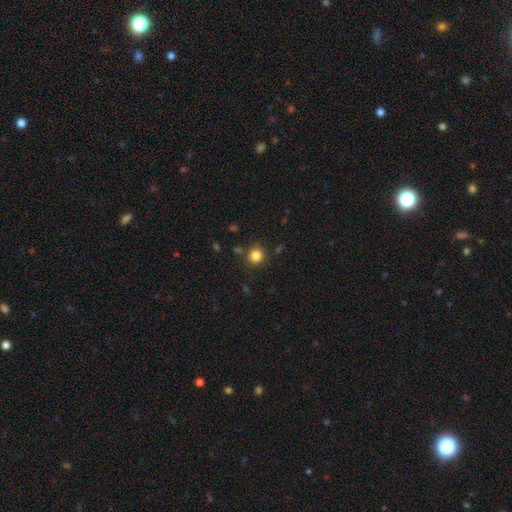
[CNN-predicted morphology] type=smooth (83%); roundness=round (91%); merging=none (85%).